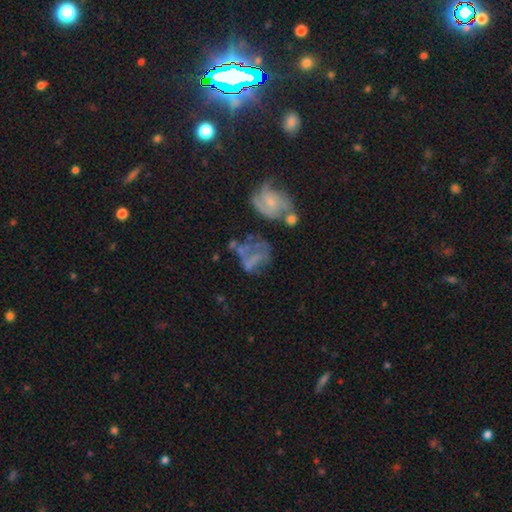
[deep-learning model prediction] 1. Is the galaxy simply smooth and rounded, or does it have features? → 55% featured or disk, 32% smooth, 13% star or artifact.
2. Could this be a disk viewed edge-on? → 97% no, 3% yes.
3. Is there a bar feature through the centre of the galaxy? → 72% no, 20% weak, 8% strong.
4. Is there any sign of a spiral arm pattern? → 59% no, 41% yes.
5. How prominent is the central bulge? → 60% none, 23% small, 13% moderate, 3% large, 1% dominant.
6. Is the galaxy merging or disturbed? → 35% major disturbance, 27% none, 21% merger, 18% minor disturbance.